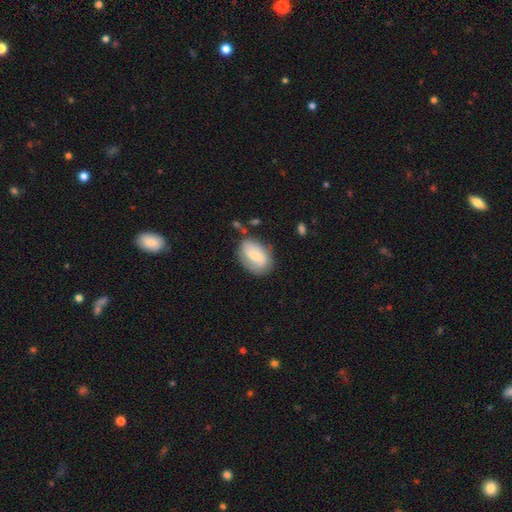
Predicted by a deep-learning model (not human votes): Smooth or featured: smooth — 58% (featured or disk — 35%)
How rounded: in between — 83% (round — 15%)
Merging: none — 66% (minor disturbance — 22%)